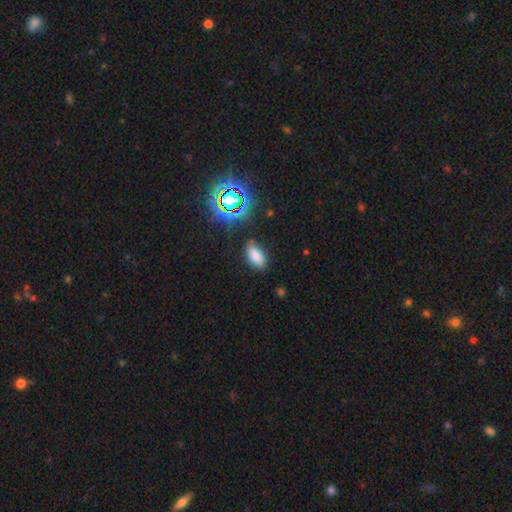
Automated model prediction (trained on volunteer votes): smooth_or_featured: smooth (p=0.76) [alt: star or artifact p=0.16]
how_rounded: in between (p=0.88) [alt: cigar-shaped p=0.07]
merging: none (p=0.82) [alt: minor disturbance p=0.13]